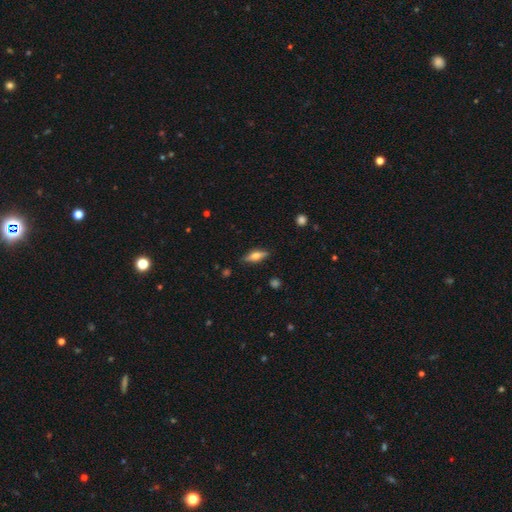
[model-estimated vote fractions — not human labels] Smooth or featured: featured or disk — 49% (smooth — 44%)
Merging: none — 85% (minor disturbance — 11%)